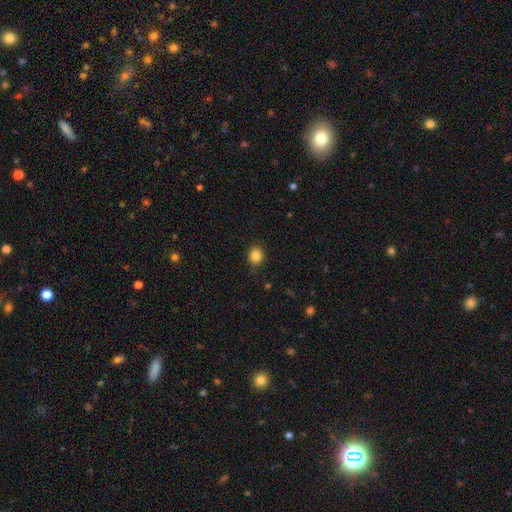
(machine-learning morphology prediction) smooth 85%, star or artifact 11%, featured or disk 5%. Down the decision tree: how rounded — round (71%); merging — none (87%).